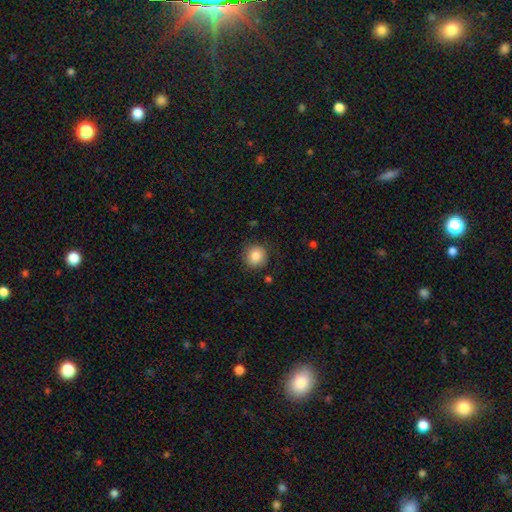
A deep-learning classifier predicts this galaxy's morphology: type=smooth (85%); roundness=round (90%); merging=none (84%).